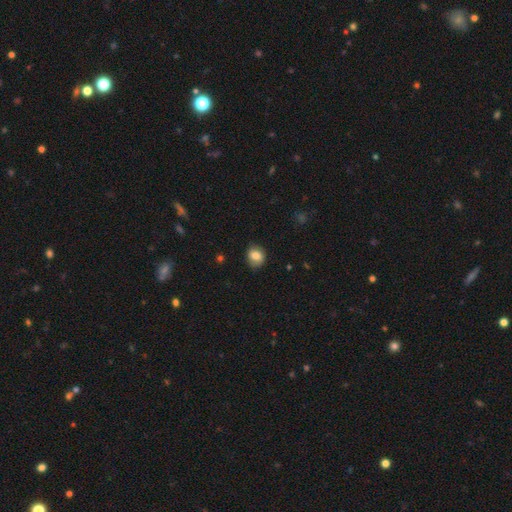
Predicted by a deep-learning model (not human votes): Smooth or featured?
  - smooth: 78% *
  - featured or disk: 13%
  - star or artifact: 9%
How rounded?
  - round: 64% *
  - in between: 35%
  - cigar-shaped: 1%
Merging?
  - none: 76% *
  - minor disturbance: 19%
  - major disturbance: 4%
  - merger: 1%